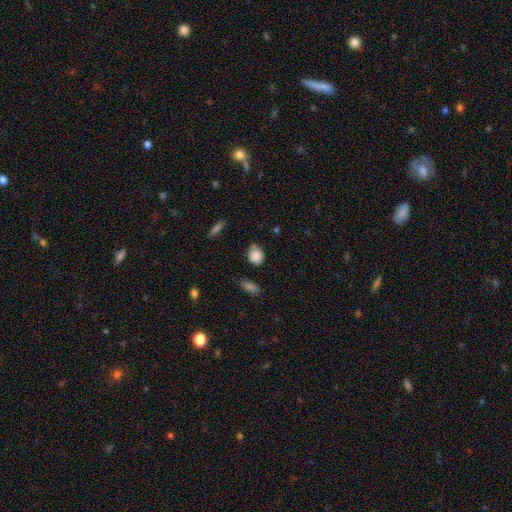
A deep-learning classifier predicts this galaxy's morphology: A smooth galaxy with no disk features (85%) that is round (52%).

Vote fractions:
- Smooth or featured? smooth: 85% / star or artifact: 8% / featured or disk: 7%
- How rounded? round: 52% / in between: 47% / cigar-shaped: 2%
- Merging? none: 70% / minor disturbance: 23% / major disturbance: 4% / merger: 3%